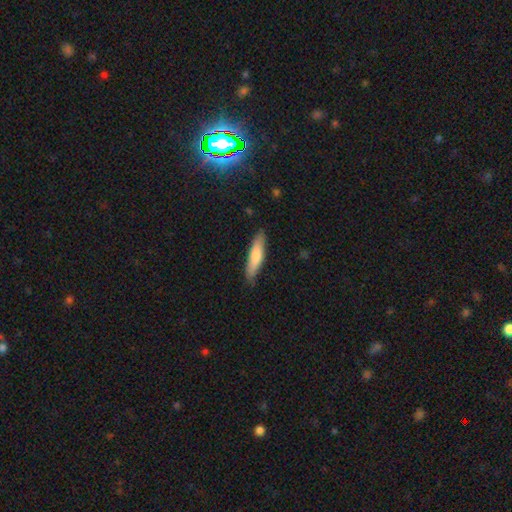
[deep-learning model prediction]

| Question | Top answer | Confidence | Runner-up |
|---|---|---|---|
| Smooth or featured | smooth | 75% | featured or disk (19%) |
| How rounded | cigar-shaped | 75% | in between (23%) |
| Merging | none | 82% | minor disturbance (15%) |